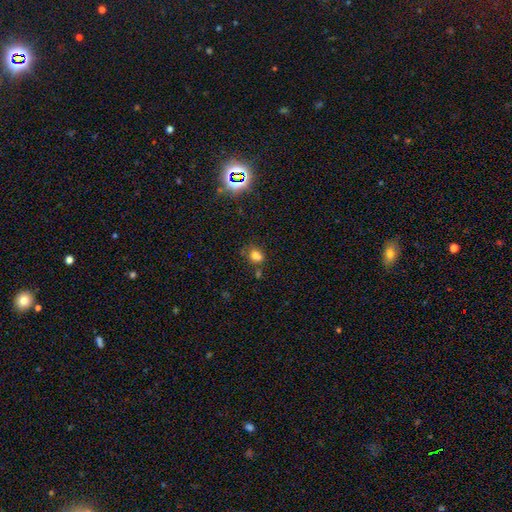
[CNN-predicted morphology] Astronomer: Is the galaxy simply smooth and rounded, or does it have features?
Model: smooth — 76%.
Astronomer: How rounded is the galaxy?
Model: in between — 56% (runner-up: round, 43%).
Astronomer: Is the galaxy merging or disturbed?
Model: none — 61%.